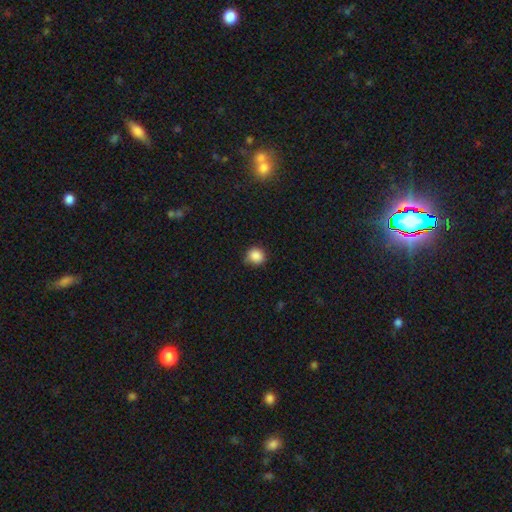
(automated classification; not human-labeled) The model was most divided on "merging": none: 80%, minor disturbance: 16%, major disturbance: 3%, merger: 1%. More confident: smooth or featured — smooth (87%); how rounded — round (85%).